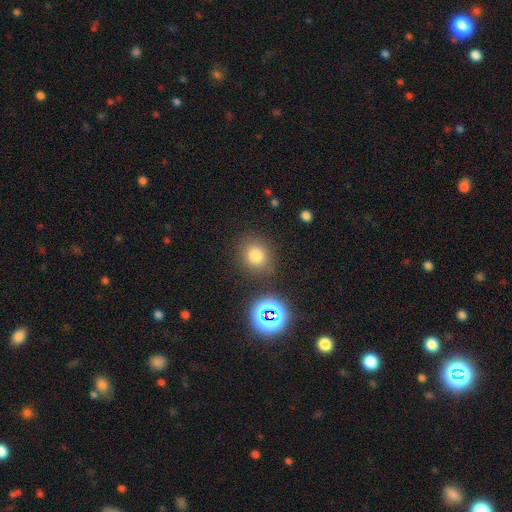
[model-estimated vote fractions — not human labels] Smooth or featured: smooth — 75% (star or artifact — 18%)
How rounded: round — 84% (in between — 15%)
Merging: none — 82% (minor disturbance — 10%)